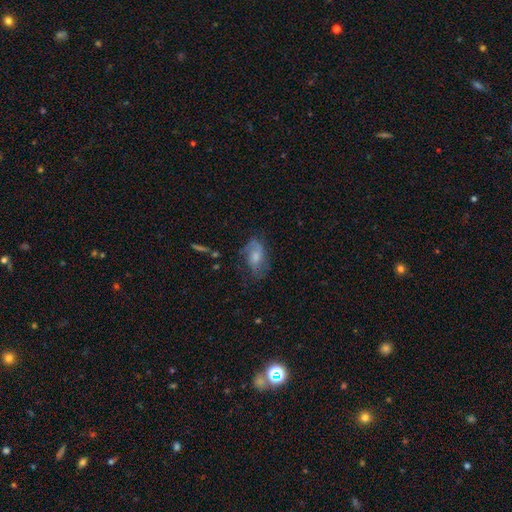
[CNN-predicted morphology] Smooth or featured? smooth (46%)
Merging? none (53%)